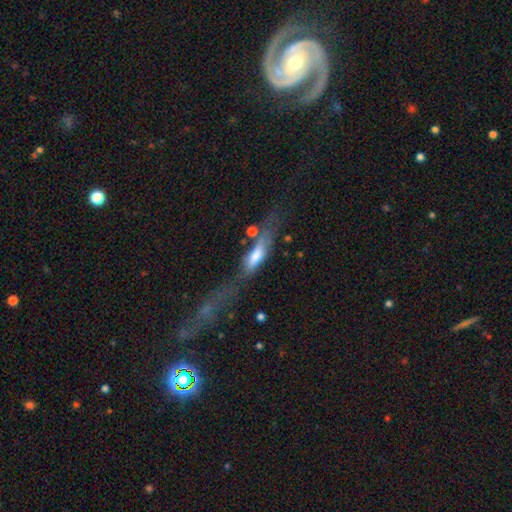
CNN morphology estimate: Q: Smooth or featured?
A: smooth (47%); runner-up: featured or disk (45%)
Q: Merging?
A: major disturbance (34%); runner-up: none (33%)